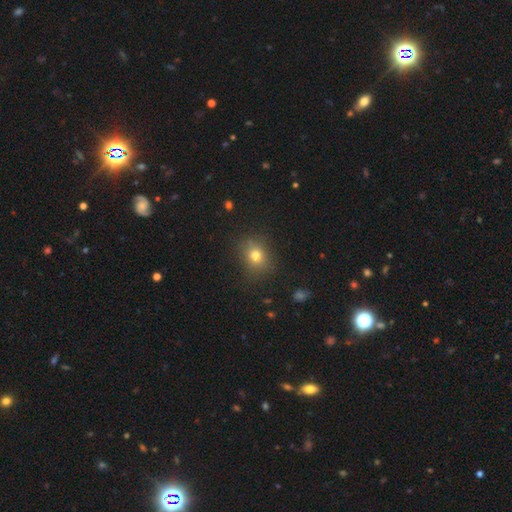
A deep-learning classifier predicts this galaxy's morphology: The model was most divided on "how rounded": round: 66%, in between: 33%, cigar-shaped: 1%. More confident: merging — none (82%); smooth or featured — smooth (75%).